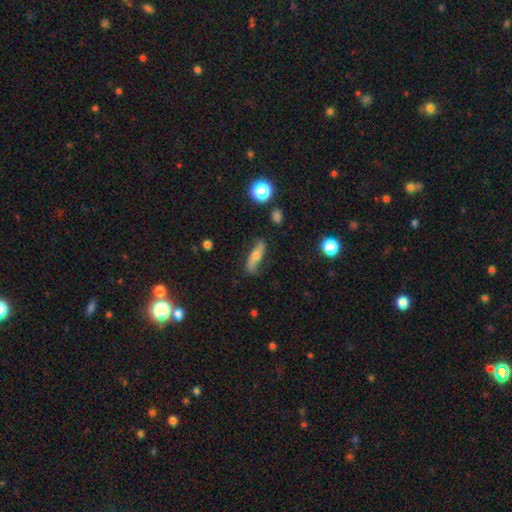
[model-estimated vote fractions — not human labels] A featured or disk galaxy (59%). Merging: none (75%).